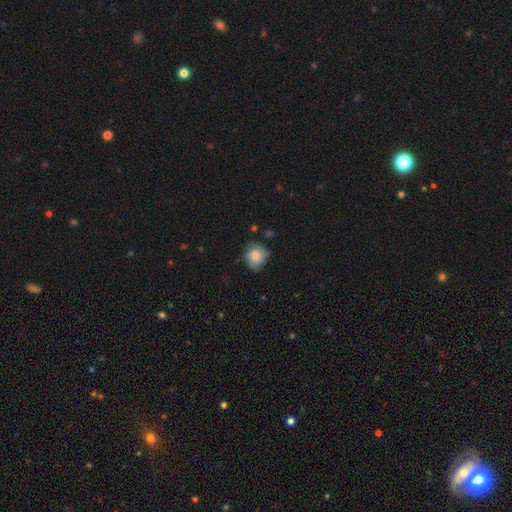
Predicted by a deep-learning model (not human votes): The model was most divided on "merging": none: 59%, minor disturbance: 30%, major disturbance: 9%, merger: 2%. More confident: how rounded — round (71%); smooth or featured — smooth (70%).